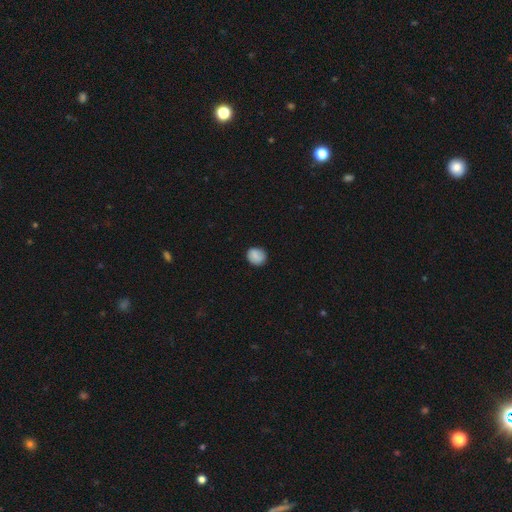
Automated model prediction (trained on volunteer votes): Overall: smooth (81%). How rounded: round (74%). Merging: none (83%).